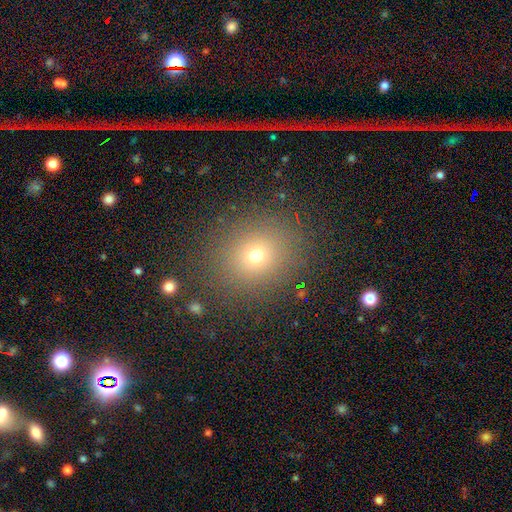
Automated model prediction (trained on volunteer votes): Smooth or featured: smooth — 68% (star or artifact — 21%)
How rounded: round — 75% (in between — 24%)
Merging: none — 86% (minor disturbance — 8%)